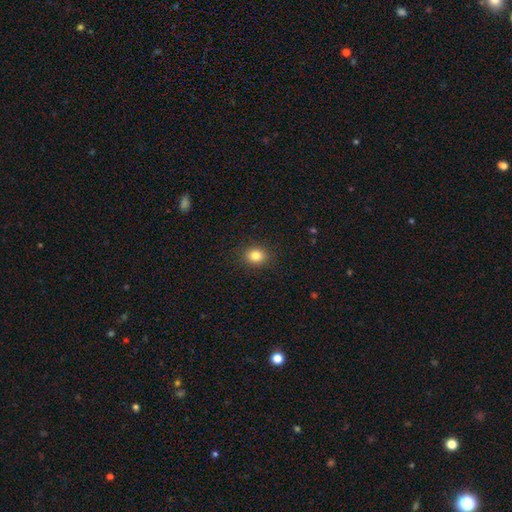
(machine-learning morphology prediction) A smooth galaxy with no disk features (83%) that is round (62%). Merging: none (89%).